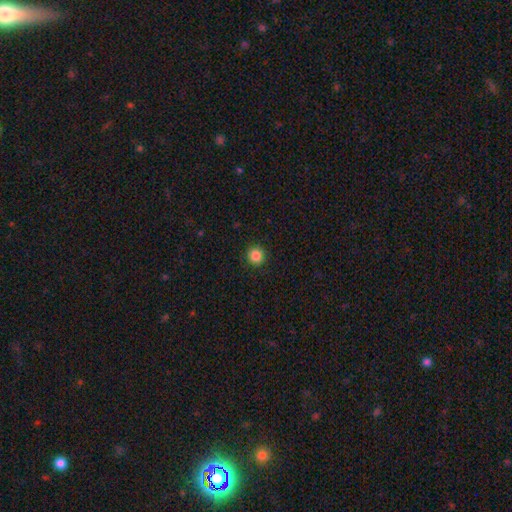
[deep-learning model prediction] This is clearly a smooth galaxy (86%). How rounded: clearly round (93%). Merging: clearly none (92%).